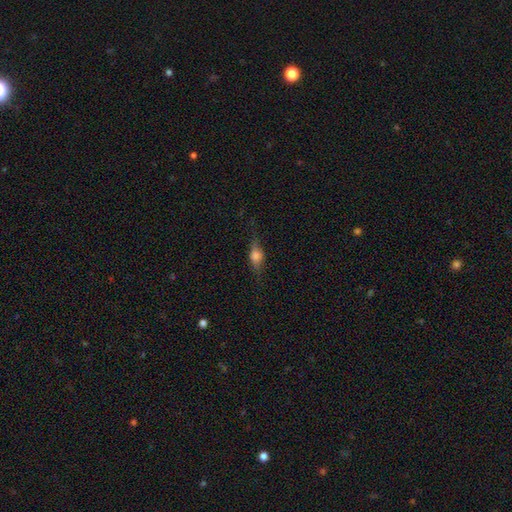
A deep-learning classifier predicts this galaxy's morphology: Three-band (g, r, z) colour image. It shows a smooth galaxy with no disk features (49%). Merging: none (73%).